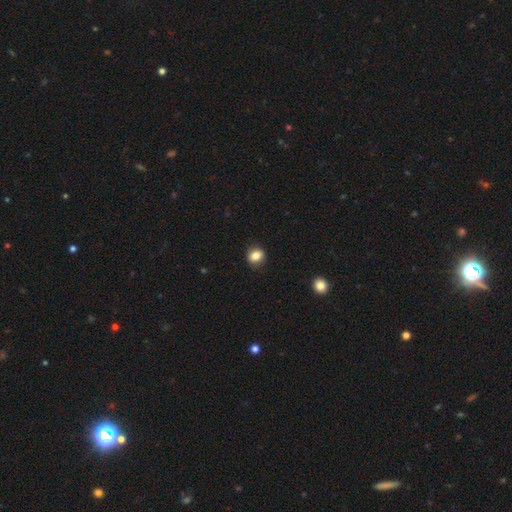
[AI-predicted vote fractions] This is clearly a smooth galaxy (83%). How rounded: likely round (62%). Merging: clearly none (87%).